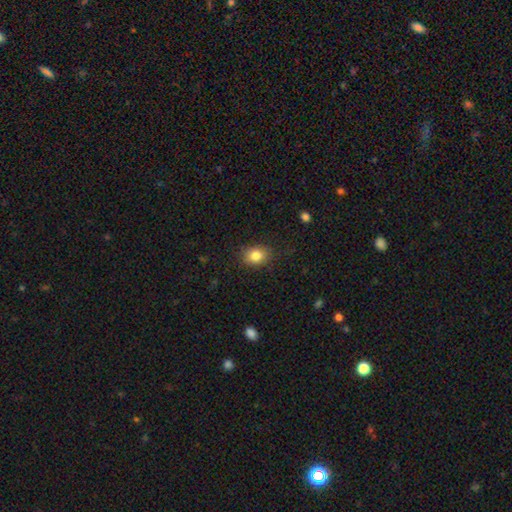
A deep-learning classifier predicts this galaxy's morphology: A smooth galaxy with no disk features (82%) that is in between round and cigar-shaped (61%). Merging: none (84%).